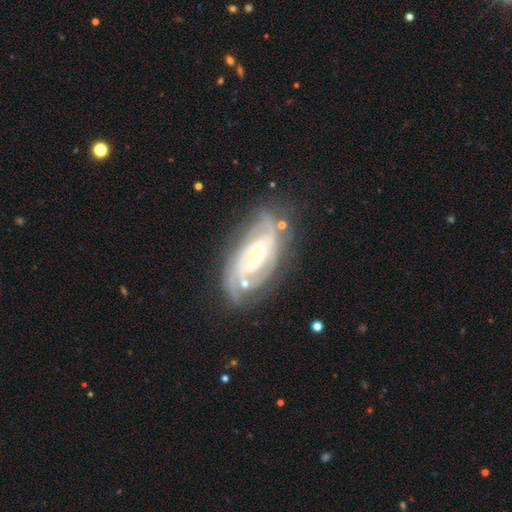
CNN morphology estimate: This appears to be a featured or disk galaxy (86%) with no bar (56%), 2 (35%) tight (64%) spiral arms (94%) and a small central bulge (64%). Merging: none (69%).